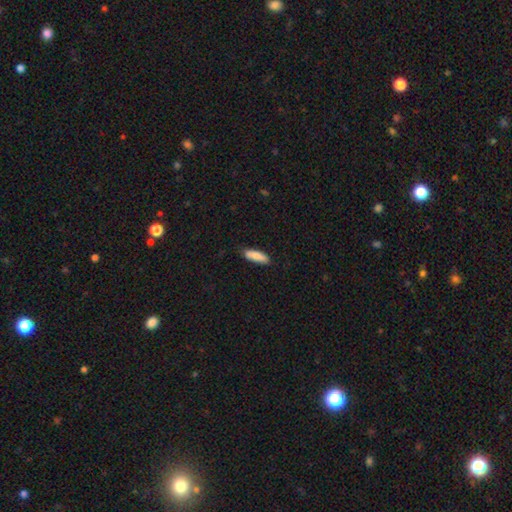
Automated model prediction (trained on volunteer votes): Smooth or featured? smooth (84%)
How rounded? cigar-shaped (51%)
Merging? none (81%)